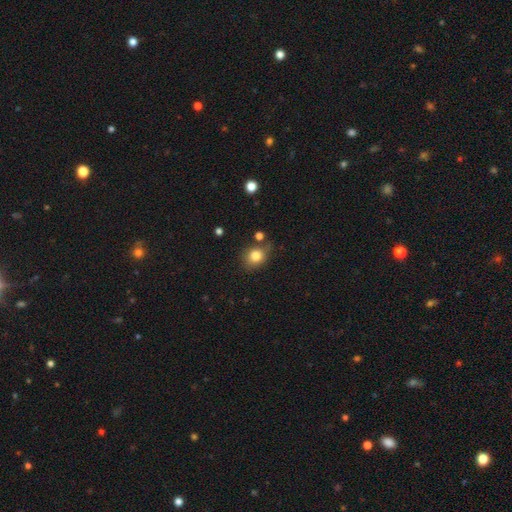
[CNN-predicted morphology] Smooth or featured? Predicted: smooth (p=0.81). How rounded? Predicted: round (p=0.65). Merging? Predicted: none (p=0.63).